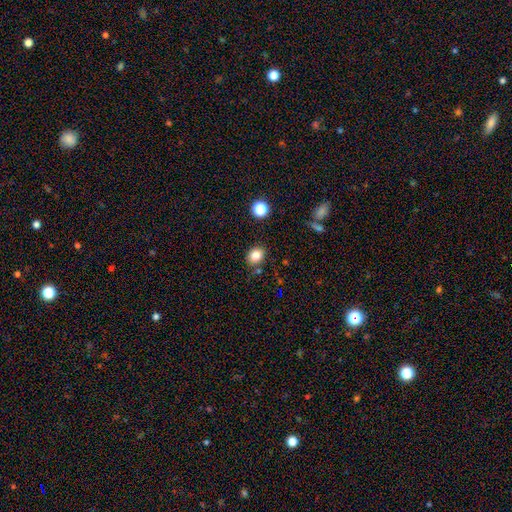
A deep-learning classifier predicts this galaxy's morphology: A smooth galaxy with no disk features (82%) that is round (57%).

Vote fractions:
- Smooth or featured? smooth: 82% / star or artifact: 11% / featured or disk: 7%
- How rounded? round: 57% / in between: 42% / cigar-shaped: 1%
- Merging? none: 83% / minor disturbance: 11% / merger: 4% / major disturbance: 3%